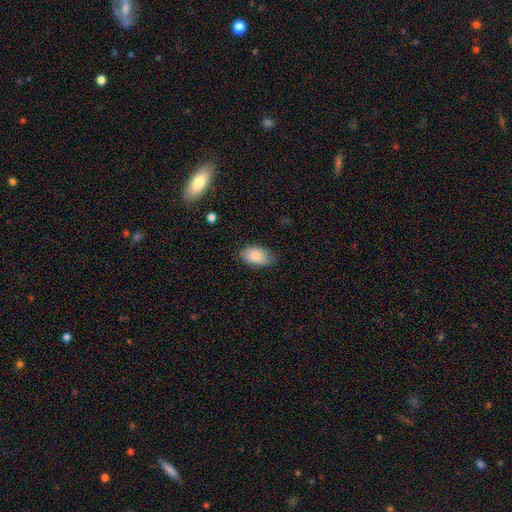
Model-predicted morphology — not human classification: Smooth or featured? Predicted: smooth (p=0.82). How rounded? Predicted: in between (p=0.92). Merging? Predicted: none (p=0.78).